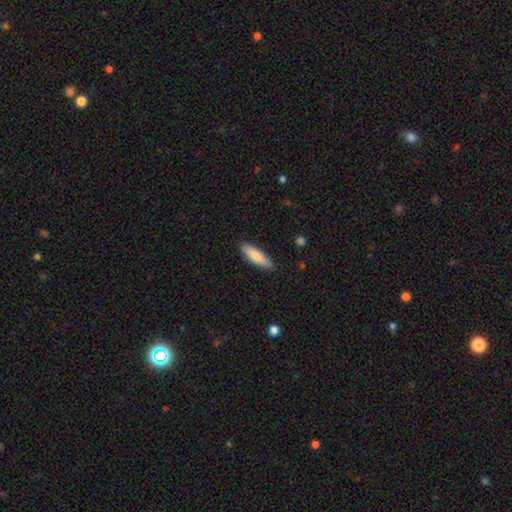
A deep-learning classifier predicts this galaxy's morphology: type=smooth (81%); roundness=cigar-shaped (56%); merging=none (86%).